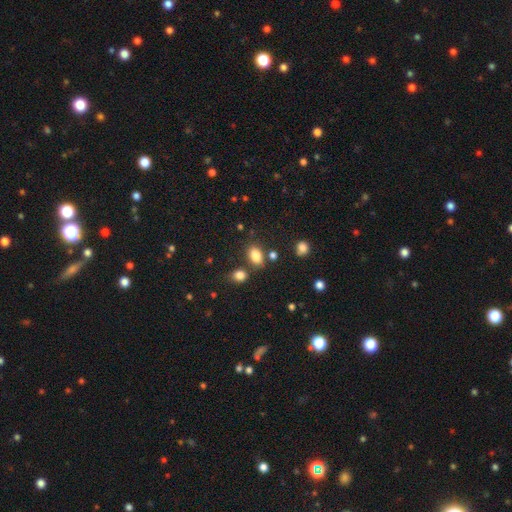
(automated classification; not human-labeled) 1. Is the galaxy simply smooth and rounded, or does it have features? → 84% smooth, 11% star or artifact, 6% featured or disk.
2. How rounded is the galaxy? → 82% in between, 16% round, 2% cigar-shaped.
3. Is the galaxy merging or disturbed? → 74% none, 12% minor disturbance, 11% merger, 3% major disturbance.